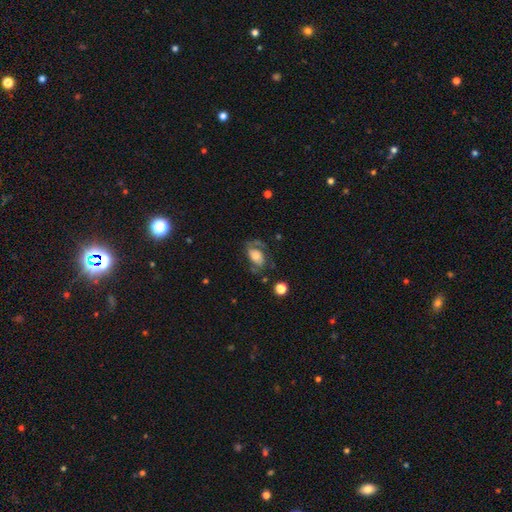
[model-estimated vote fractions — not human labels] Smooth or featured: featured or disk — 55% (smooth — 37%)
Edge-on disk: no — 94% (yes — 6%)
Bar: no — 64% (weak — 26%)
Spiral arms: yes — 76% (no — 24%)
Bulge size: moderate — 46% (small — 26%)
Merging: none — 51% (major disturbance — 23%)